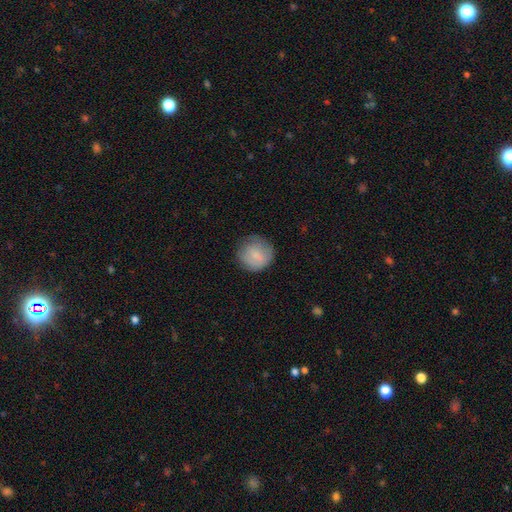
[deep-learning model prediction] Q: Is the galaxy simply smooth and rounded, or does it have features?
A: smooth — 82%.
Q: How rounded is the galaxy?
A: round — 93%.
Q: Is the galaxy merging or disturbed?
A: none — 79%.